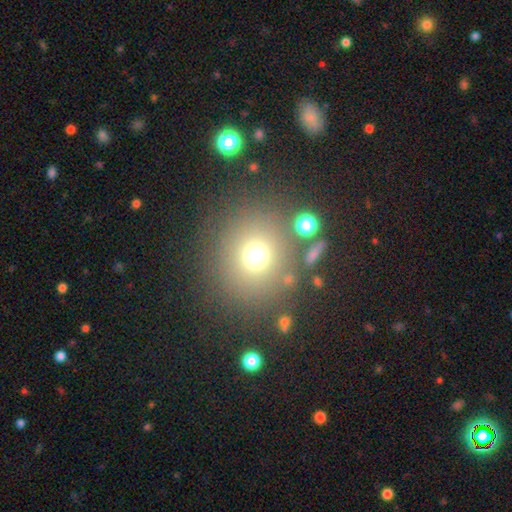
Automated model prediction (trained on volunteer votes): Q: Smooth or featured?
A: smooth (70%); runner-up: star or artifact (19%)
Q: How rounded?
A: round (90%); runner-up: in between (9%)
Q: Merging?
A: none (79%); runner-up: minor disturbance (8%)